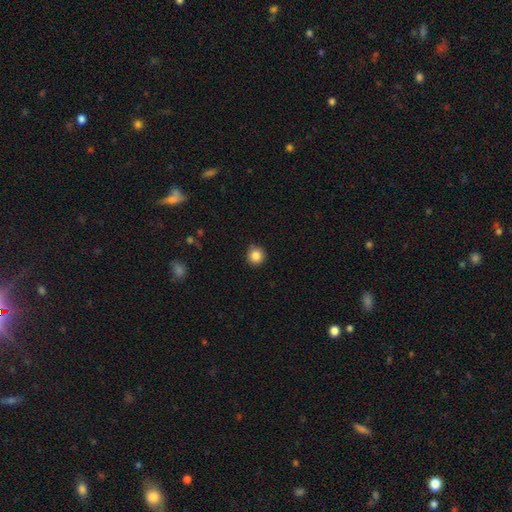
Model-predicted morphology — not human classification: Q: Smooth or featured?
A: smooth (85%); runner-up: star or artifact (10%)
Q: How rounded?
A: round (95%); runner-up: in between (4%)
Q: Merging?
A: none (90%); runner-up: minor disturbance (7%)